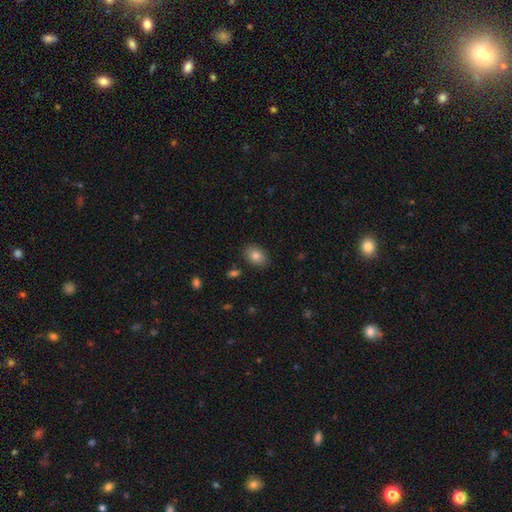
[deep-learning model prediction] Overall: smooth (84%). How rounded: in between (80%). Merging: none (85%).